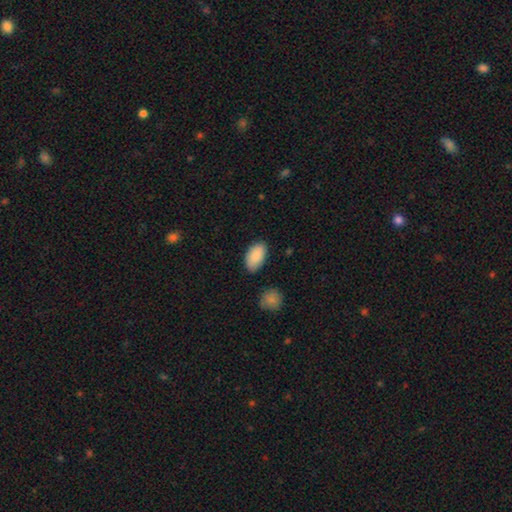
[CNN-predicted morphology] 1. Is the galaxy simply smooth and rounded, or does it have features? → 90% smooth, 6% star or artifact, 4% featured or disk.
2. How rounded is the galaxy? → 95% in between, 3% round, 2% cigar-shaped.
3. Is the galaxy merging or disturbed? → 81% none, 14% minor disturbance, 3% major disturbance, 3% merger.